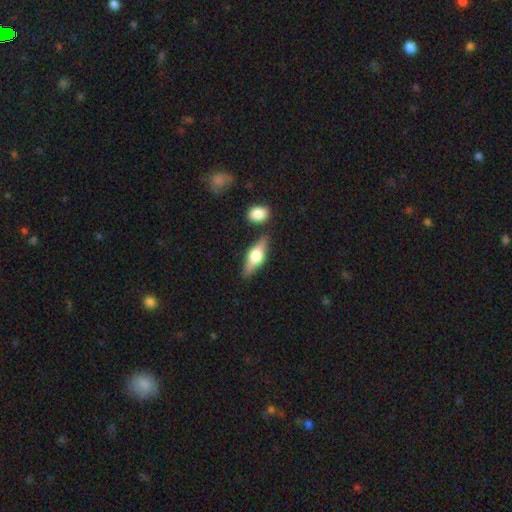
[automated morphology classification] smooth-or-featured: featured or disk: 55% | smooth: 38% | star or artifact: 7%
  disk-edge-on: yes: 93% | no: 7%
    edge-on-bulge: rounded: 91% | boxy: 7% | none: 2%
  merging: none: 78% | minor disturbance: 12% | merger: 7% | major disturbance: 3%